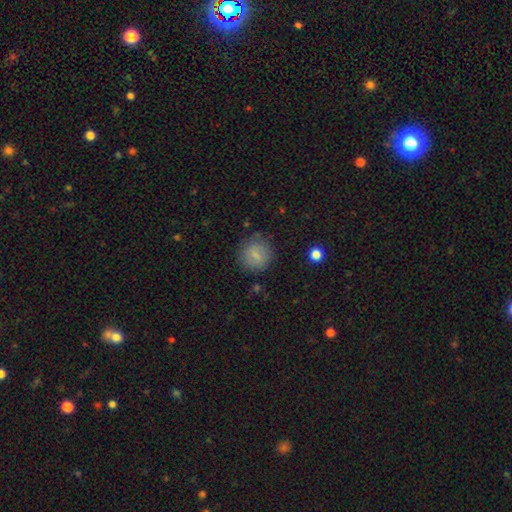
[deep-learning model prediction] A smooth galaxy with no disk features (75%) that is round (87%).

Vote fractions:
- Smooth or featured? smooth: 75% / featured or disk: 15% / star or artifact: 9%
- How rounded? round: 87% / in between: 12% / cigar-shaped: 1%
- Merging? none: 81% / minor disturbance: 13% / major disturbance: 5% / merger: 2%